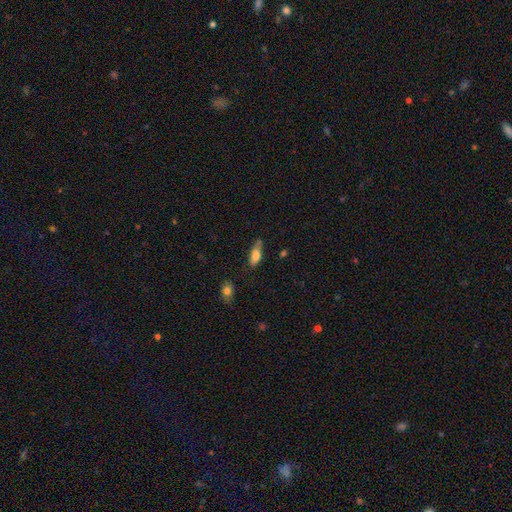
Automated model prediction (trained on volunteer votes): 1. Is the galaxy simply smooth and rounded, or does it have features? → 73% smooth, 19% featured or disk, 7% star or artifact.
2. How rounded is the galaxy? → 68% in between, 29% cigar-shaped, 3% round.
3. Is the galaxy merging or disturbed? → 58% none, 30% minor disturbance, 7% major disturbance, 5% merger.